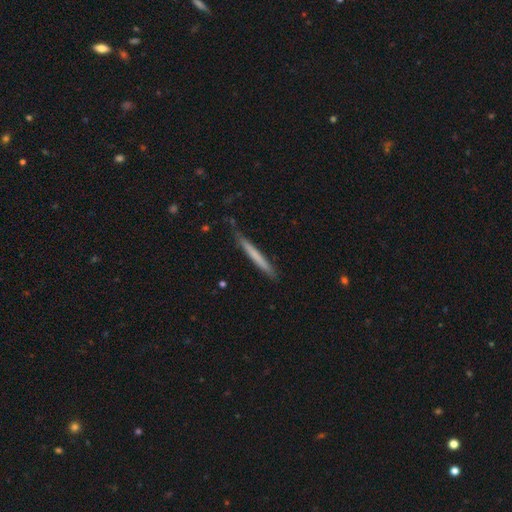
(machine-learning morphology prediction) A smooth galaxy with no disk features (61%) that is cigar-shaped (97%). Merging: none (80%).